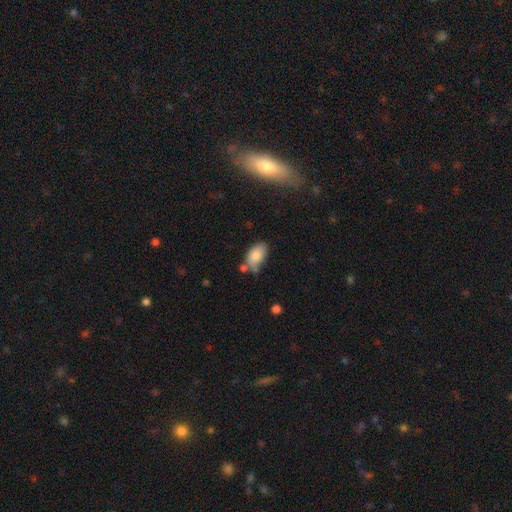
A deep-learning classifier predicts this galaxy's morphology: smooth_or_featured: smooth (p=0.82) [alt: featured or disk p=0.11]
how_rounded: in between (p=0.93) [alt: round p=0.05]
merging: none (p=0.51) [alt: minor disturbance p=0.27]